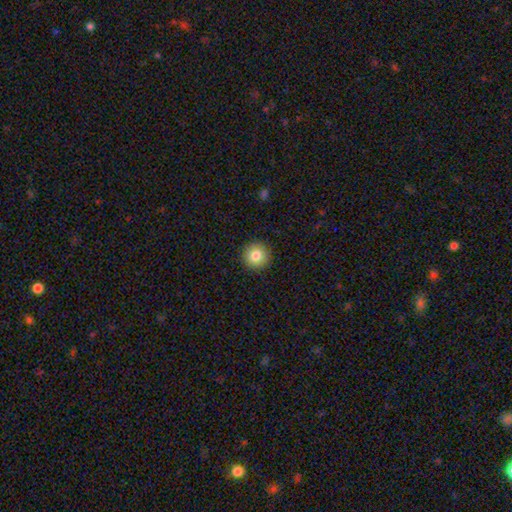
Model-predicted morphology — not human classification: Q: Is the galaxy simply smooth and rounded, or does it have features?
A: smooth — 82%.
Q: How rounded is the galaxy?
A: round — 95%.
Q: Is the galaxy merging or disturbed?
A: none — 93%.